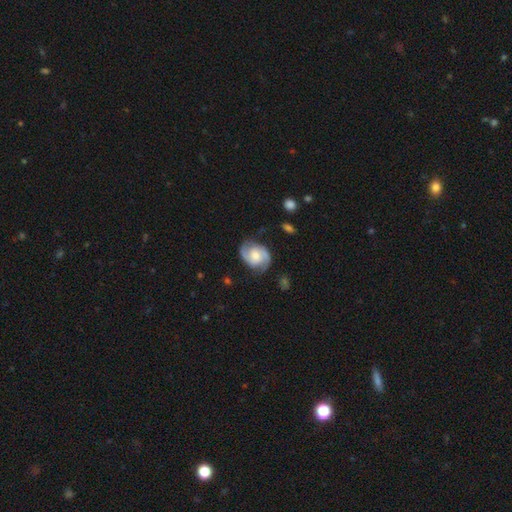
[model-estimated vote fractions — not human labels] Smooth or featured? Predicted: featured or disk (p=0.85). Edge-on disk? Predicted: no (p=0.98). Bar? Predicted: no (p=0.50). Spiral arms? Predicted: yes (p=0.97). Spiral winding? Predicted: medium (p=0.51). Spiral arm count? Predicted: 2 (p=0.92). Bulge size? Predicted: moderate (p=0.51). Merging? Predicted: none (p=0.79).